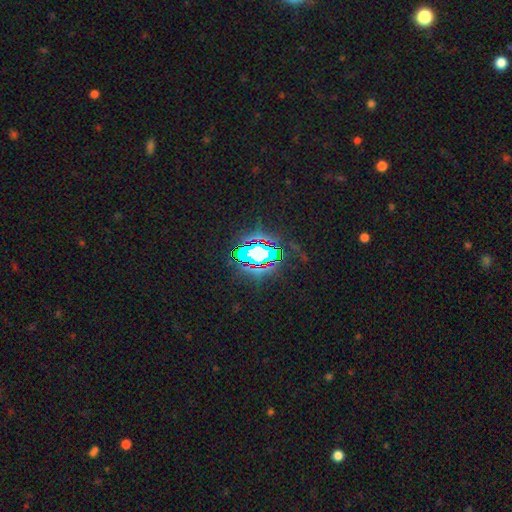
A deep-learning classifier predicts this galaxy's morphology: A star or artifact, not a galaxy (70%).